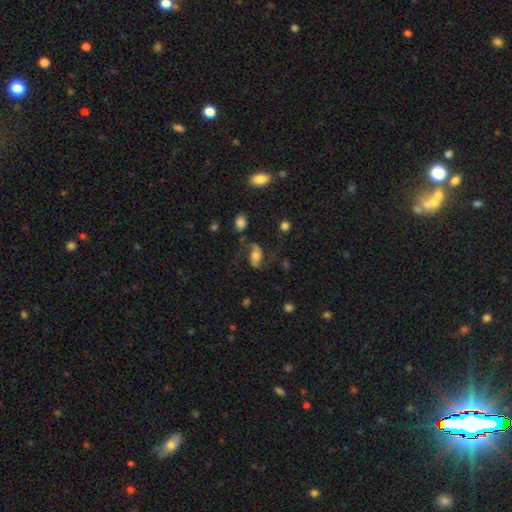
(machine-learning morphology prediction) smooth-or-featured: featured or disk: 57% | smooth: 33% | star or artifact: 10%
  disk-edge-on: no: 93% | yes: 7%
    bar: no: 47% | weak: 30% | strong: 23%
    has-spiral-arms: yes: 87% | no: 13%
    bulge-size: moderate: 50% | small: 21% | large: 20% | none: 5% | dominant: 4%
  merging: none: 62% | minor disturbance: 19% | major disturbance: 16% | merger: 3%